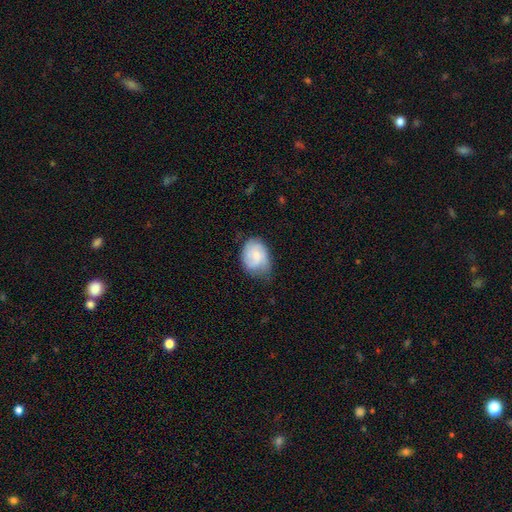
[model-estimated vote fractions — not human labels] smooth 50%, featured or disk 43%, star or artifact 7%. Down the decision tree: how rounded — in between (65%); merging — none (52%).